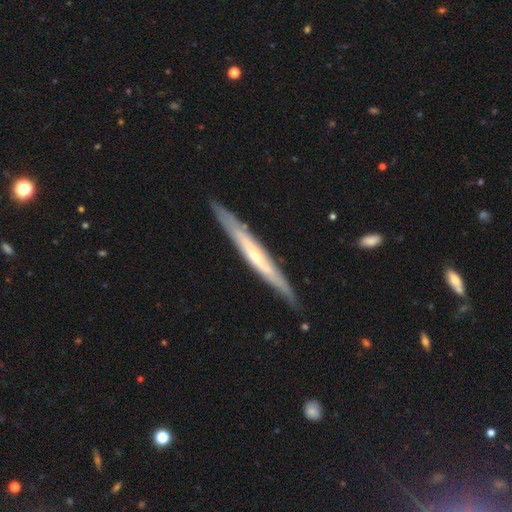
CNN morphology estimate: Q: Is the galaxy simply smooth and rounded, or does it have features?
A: featured or disk — 64%.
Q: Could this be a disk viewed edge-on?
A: yes — 91%.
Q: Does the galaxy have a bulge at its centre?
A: none — 50%.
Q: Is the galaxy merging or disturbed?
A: none — 86%.